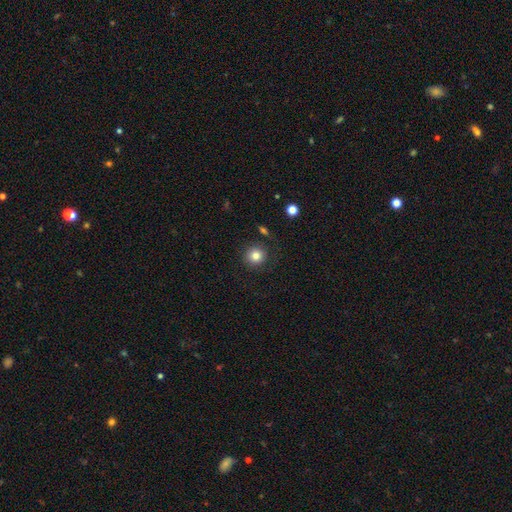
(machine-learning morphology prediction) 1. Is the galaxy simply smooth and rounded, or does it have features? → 82% smooth, 11% star or artifact, 7% featured or disk.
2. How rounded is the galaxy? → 92% round, 7% in between, 1% cigar-shaped.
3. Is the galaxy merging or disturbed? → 86% none, 8% minor disturbance, 3% major disturbance, 2% merger.